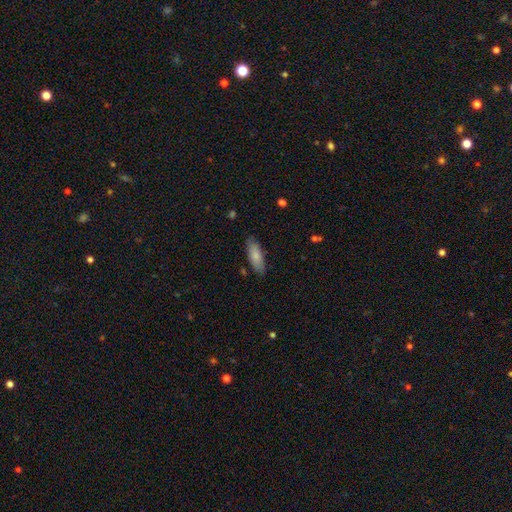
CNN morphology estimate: This is clearly a smooth galaxy (82%). How rounded: possibly in between (59%). Merging: clearly none (85%).